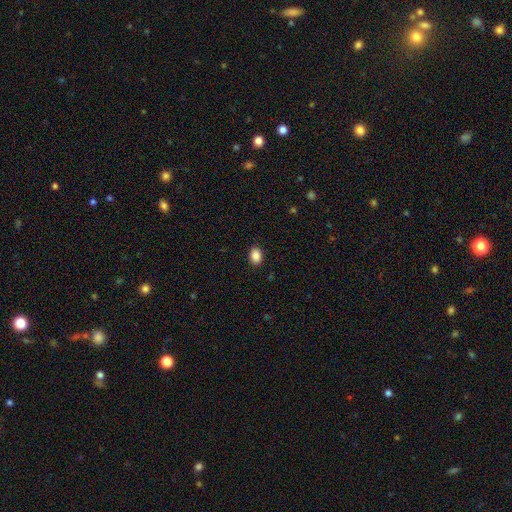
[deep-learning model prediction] A smooth galaxy with no disk features (87%) that is in between round and cigar-shaped (68%).

Vote fractions:
- Smooth or featured? smooth: 87% / star or artifact: 9% / featured or disk: 4%
- How rounded? in between: 68% / round: 31% / cigar-shaped: 1%
- Merging? none: 90% / minor disturbance: 7% / major disturbance: 2% / merger: 1%